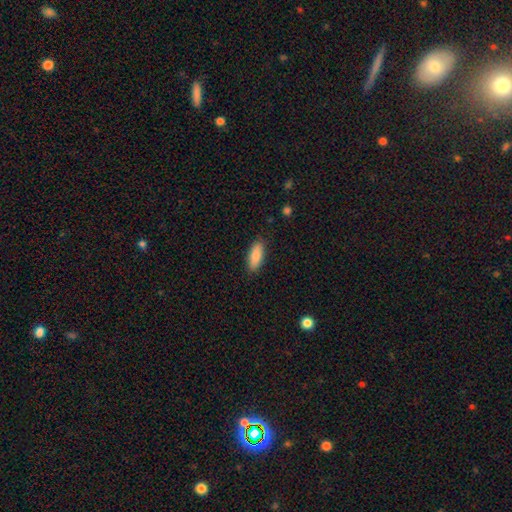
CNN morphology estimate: Overall: smooth (84%). How rounded: in between (74%). Merging: none (86%).